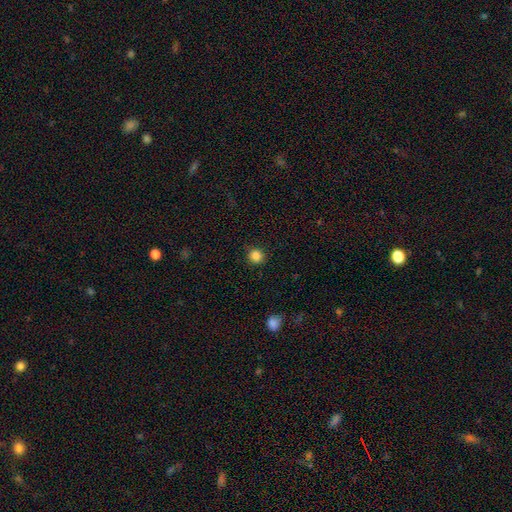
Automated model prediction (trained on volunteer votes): This is clearly a smooth galaxy (85%). How rounded: clearly round (92%). Merging: clearly none (90%).